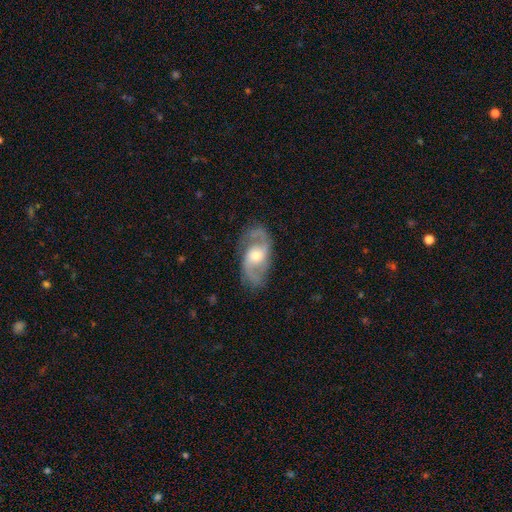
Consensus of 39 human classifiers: A featured or disk galaxy (95%) with no bar (57%), 2 (97%) medium (54%) spiral arms (95%) and a moderate central bulge (68%).

Vote fractions:
- Smooth or featured? featured or disk: 95% / smooth: 3% / star or artifact: 3%
- Edge-on disk? no: 100% / yes: 0%
- Bar? no: 57% / weak: 27% / strong: 16%
- Spiral arms? yes: 95% / no: 5%
- Spiral winding? medium: 54% / loose: 26% / tight: 20%
- Spiral arm count? 2: 97% / 1: 3% / 3: 0% / 4: 0% / more than 4: 0% / can't tell: 0%
- Bulge size? moderate: 68% / small: 32% / dominant: 0% / large: 0% / none: 0%
- Merging? none: 92% / major disturbance: 5% / minor disturbance: 3% / merger: 0%